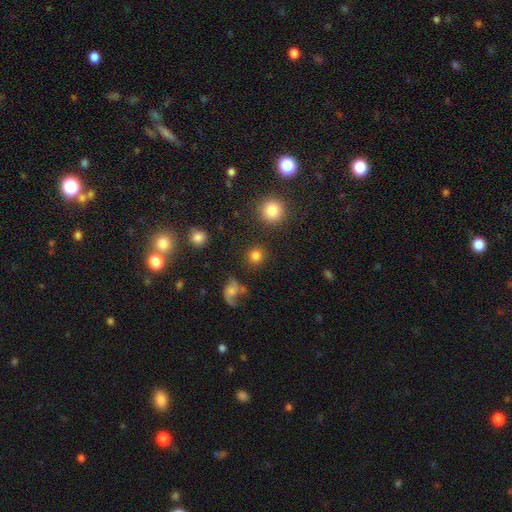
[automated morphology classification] Smooth or featured? smooth (81%)
How rounded? round (91%)
Merging? none (85%)